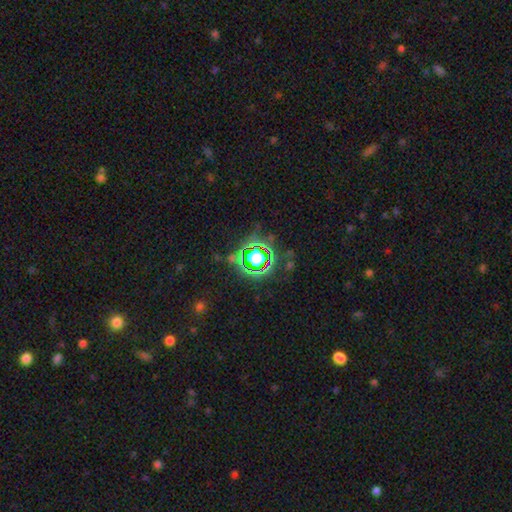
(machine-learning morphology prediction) Q: Smooth or featured?
A: star or artifact (69%); runner-up: smooth (18%)